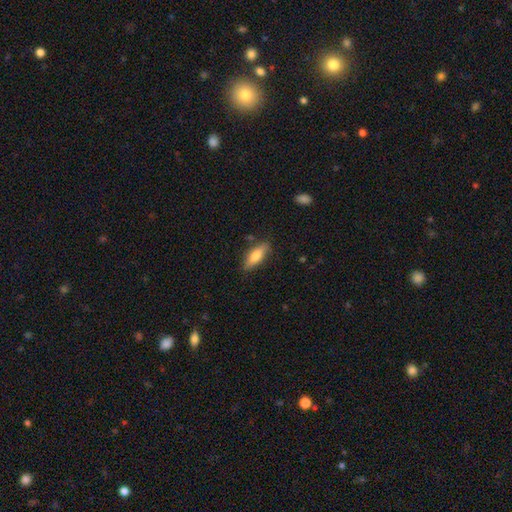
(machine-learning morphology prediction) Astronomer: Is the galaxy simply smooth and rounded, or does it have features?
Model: smooth — 75%.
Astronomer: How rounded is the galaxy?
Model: in between — 58% (runner-up: cigar-shaped, 40%).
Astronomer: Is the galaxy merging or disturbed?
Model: none — 82%.